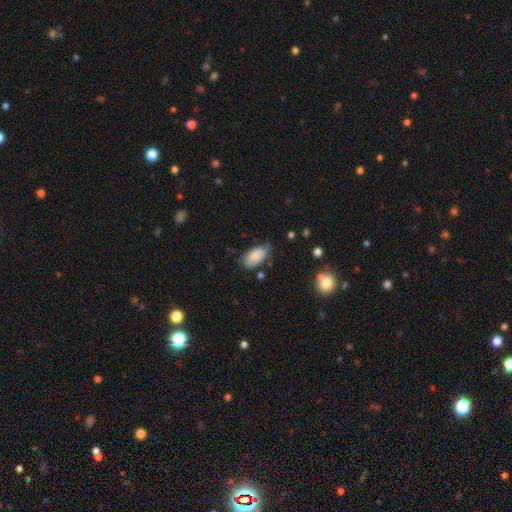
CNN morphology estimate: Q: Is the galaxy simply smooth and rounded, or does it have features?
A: smooth — 83%.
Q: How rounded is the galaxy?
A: in between — 94%.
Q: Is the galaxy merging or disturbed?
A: none — 62%.